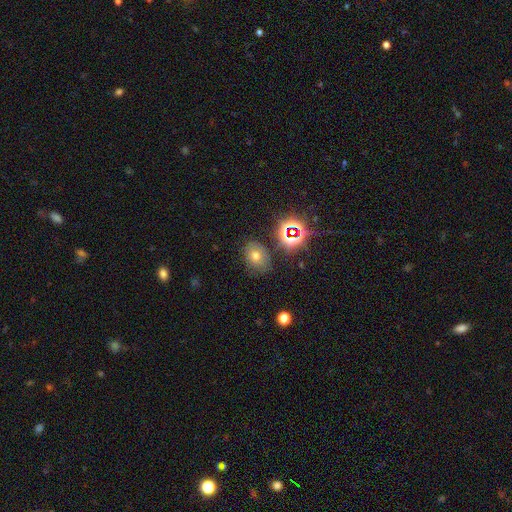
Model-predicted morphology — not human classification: A smooth galaxy with no disk features (58%) that is in between round and cigar-shaped (62%). Merging: none (75%).